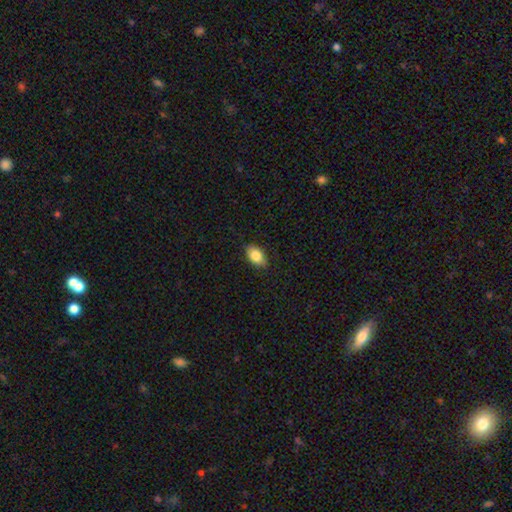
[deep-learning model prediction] This appears to be a smooth galaxy with no disk features (83%) that is in between round and cigar-shaped (89%). Merging: none (84%).